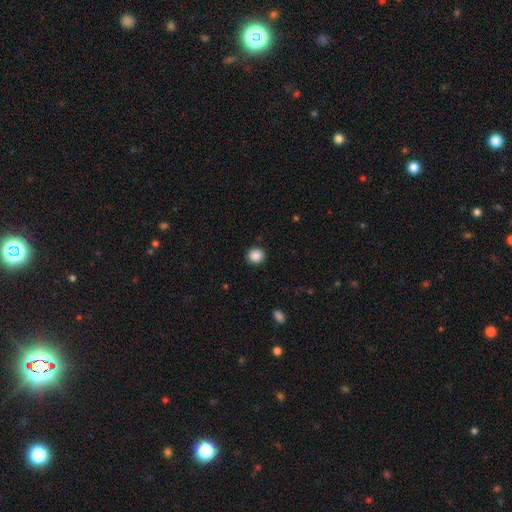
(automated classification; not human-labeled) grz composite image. It shows a smooth galaxy with no disk features (88%) that is round (86%). Merging: none (89%).